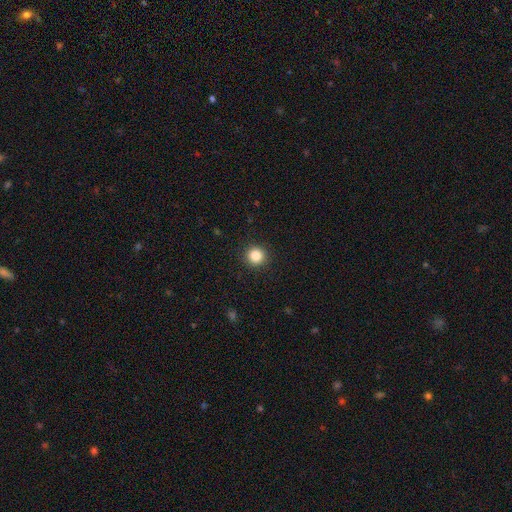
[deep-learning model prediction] smooth_or_featured: smooth (p=0.85) [alt: star or artifact p=0.11]
how_rounded: round (p=0.94) [alt: in between p=0.05]
merging: none (p=0.92) [alt: minor disturbance p=0.05]